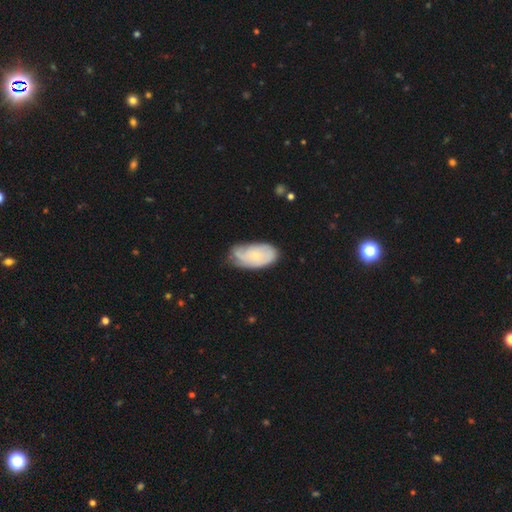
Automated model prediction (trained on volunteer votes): The model was most divided on "smooth or featured": featured or disk: 53%, smooth: 41%, star or artifact: 6%. More confident: edge-on disk — no (94%); bar — no (81%); spiral arms — yes (77%); bulge size — small (68%); merging — none (53%).